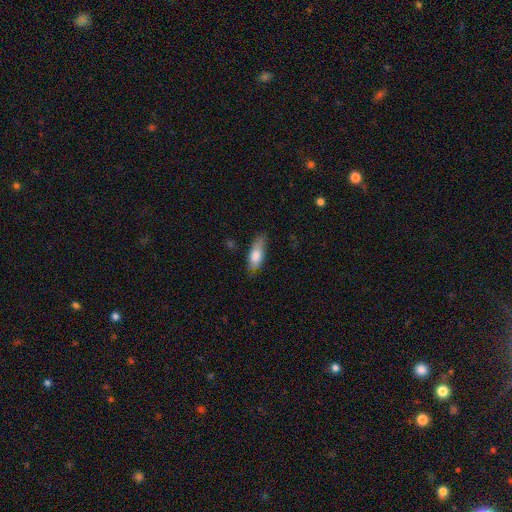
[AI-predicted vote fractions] Q: Smooth or featured?
A: smooth (77%); runner-up: featured or disk (17%)
Q: How rounded?
A: in between (69%); runner-up: cigar-shaped (29%)
Q: Merging?
A: none (66%); runner-up: minor disturbance (26%)